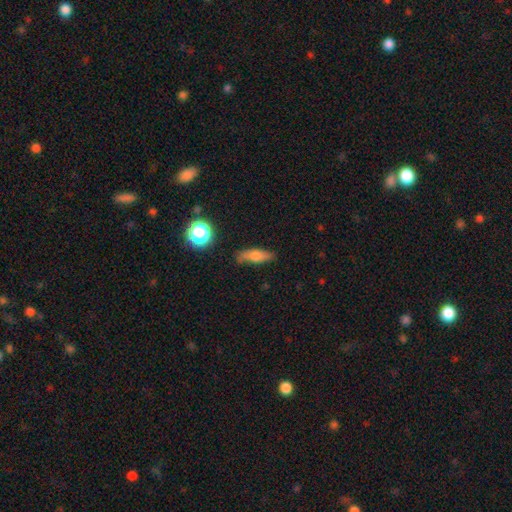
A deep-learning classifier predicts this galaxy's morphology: This appears to be a smooth galaxy with no disk features (65%) that is in between round and cigar-shaped (49%). Merging: none (74%).